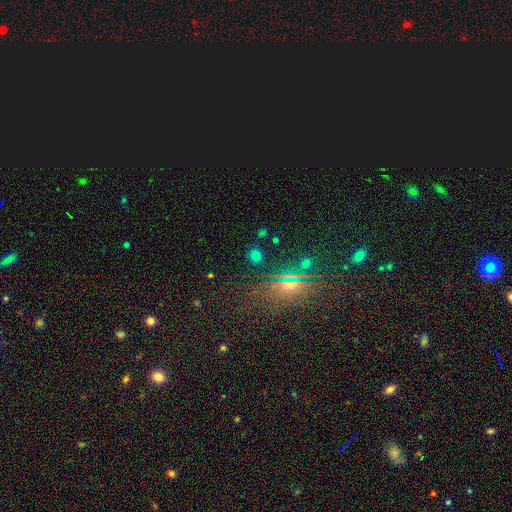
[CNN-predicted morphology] This appears to be a smooth galaxy with no disk features (67%) that is round (77%). Merging: none (87%).